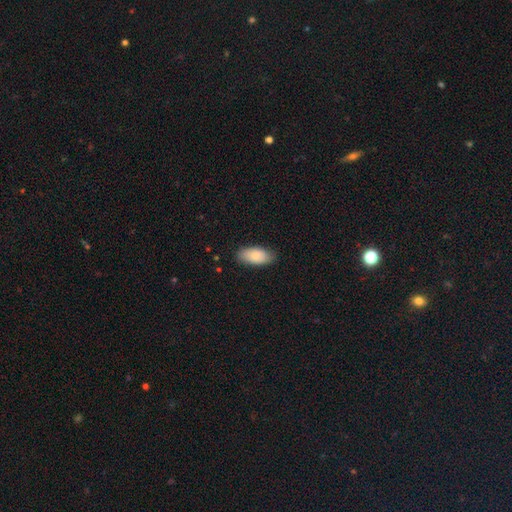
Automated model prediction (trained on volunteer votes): This is clearly a smooth galaxy (85%). How rounded: clearly in between (92%). Merging: clearly none (81%).